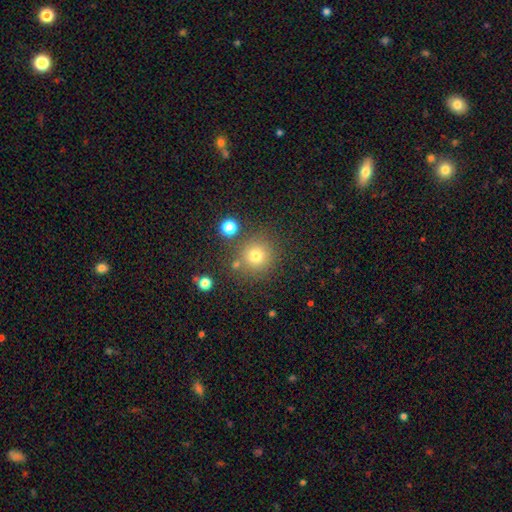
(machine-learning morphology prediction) A smooth galaxy with no disk features (76%) that is round (94%).

Vote fractions:
- Smooth or featured? smooth: 76% / star or artifact: 16% / featured or disk: 8%
- How rounded? round: 94% / in between: 6% / cigar-shaped: 1%
- Merging? none: 81% / minor disturbance: 9% / merger: 7% / major disturbance: 3%